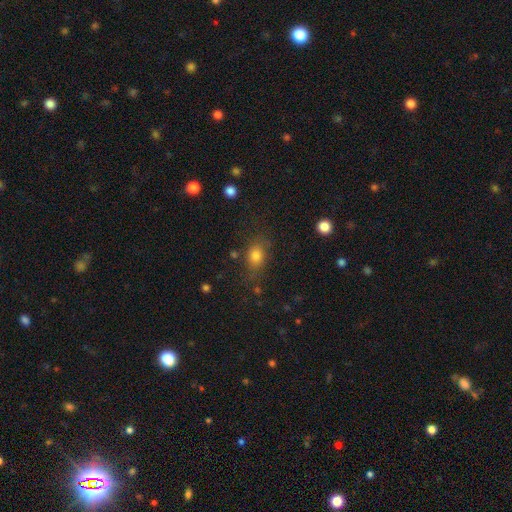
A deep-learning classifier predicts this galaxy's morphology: Smooth or featured? smooth (77%)
How rounded? in between (61%)
Merging? none (70%)